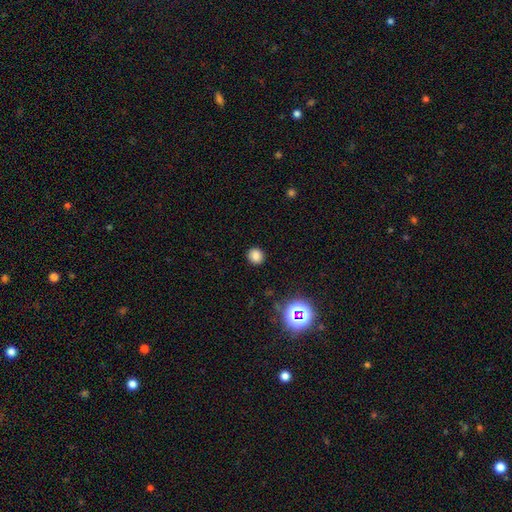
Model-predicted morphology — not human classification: smooth_or_featured: smooth (p=0.79) [alt: star or artifact p=0.15]
how_rounded: round (p=0.87) [alt: in between p=0.12]
merging: none (p=0.90) [alt: minor disturbance p=0.07]